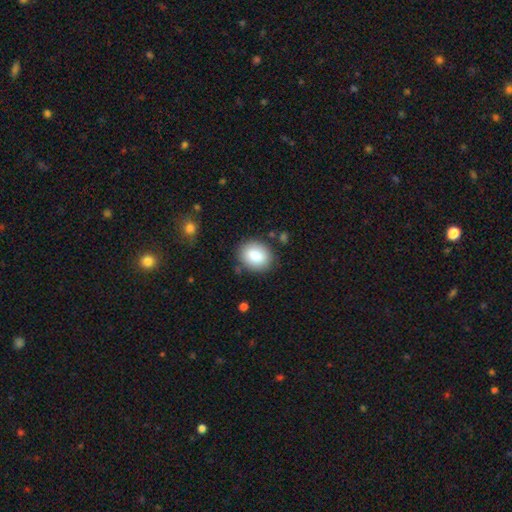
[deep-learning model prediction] Smooth or featured? smooth (82%)
How rounded? round (60%)
Merging? none (84%)